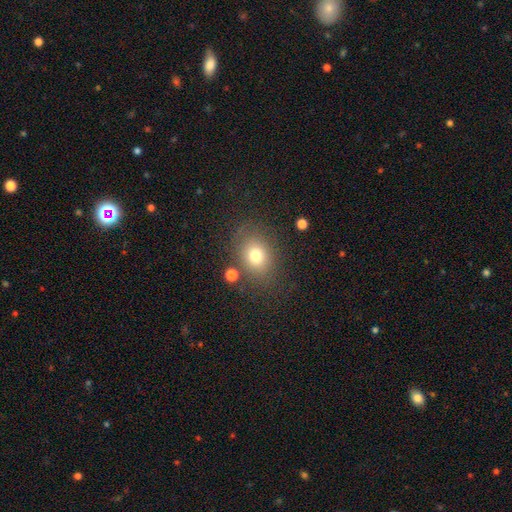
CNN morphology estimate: A smooth galaxy with no disk features (75%) that is in between round and cigar-shaped (51%). Merging: none (77%).